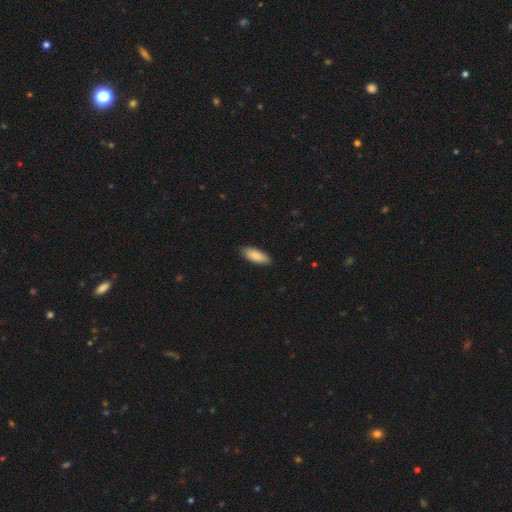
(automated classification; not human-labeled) Smooth or featured? smooth (89%)
How rounded? in between (78%)
Merging? none (88%)